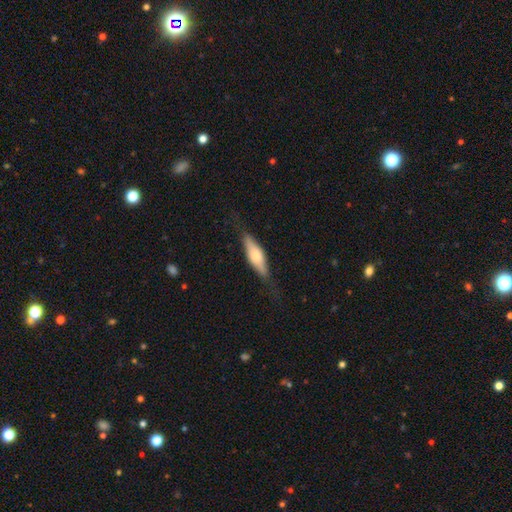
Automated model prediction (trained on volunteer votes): Overall: smooth (55%; featured or disk 40%). How rounded: cigar-shaped (52%; in between 46%). Merging: none (75%).